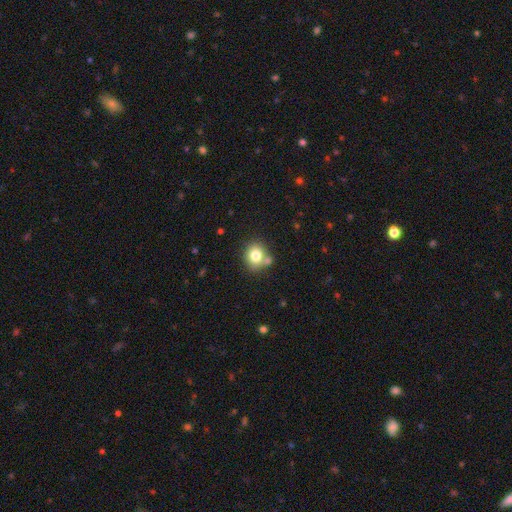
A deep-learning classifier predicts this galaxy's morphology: Smooth or featured? Predicted: smooth (p=0.78). How rounded? Predicted: round (p=0.77). Merging? Predicted: none (p=0.68).